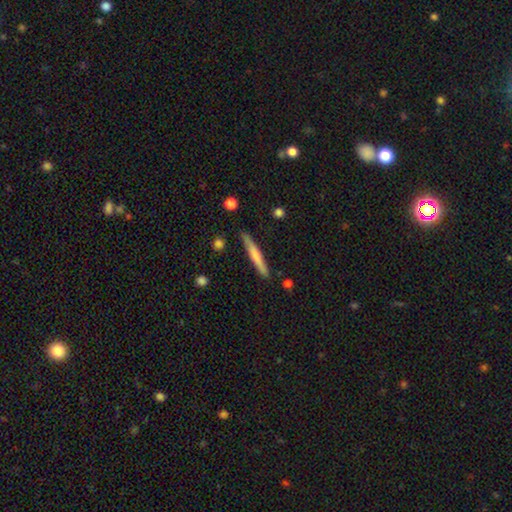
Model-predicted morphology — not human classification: Smooth or featured?
  - smooth: 64% *
  - featured or disk: 31%
  - star or artifact: 6%
How rounded?
  - cigar-shaped: 95% *
  - in between: 4%
  - round: 1%
Merging?
  - none: 86% *
  - minor disturbance: 10%
  - major disturbance: 2%
  - merger: 2%